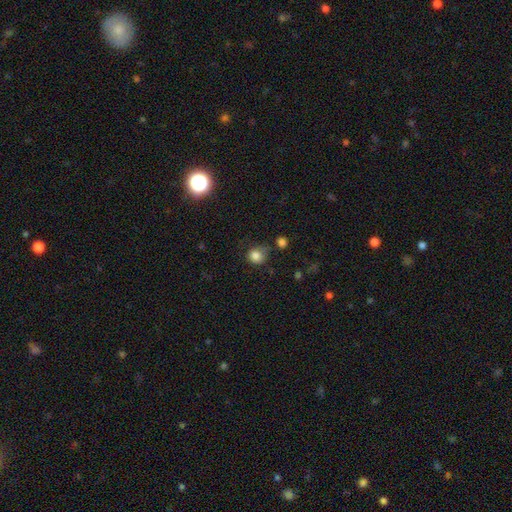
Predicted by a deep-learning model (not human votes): Overall: smooth (83%). How rounded: round (86%). Merging: none (63%; minor disturbance 24%).